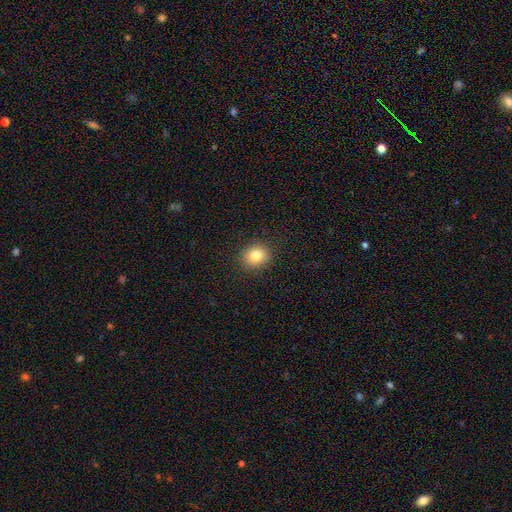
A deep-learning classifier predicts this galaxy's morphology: Smooth or featured? smooth (82%)
How rounded? round (78%)
Merging? none (89%)